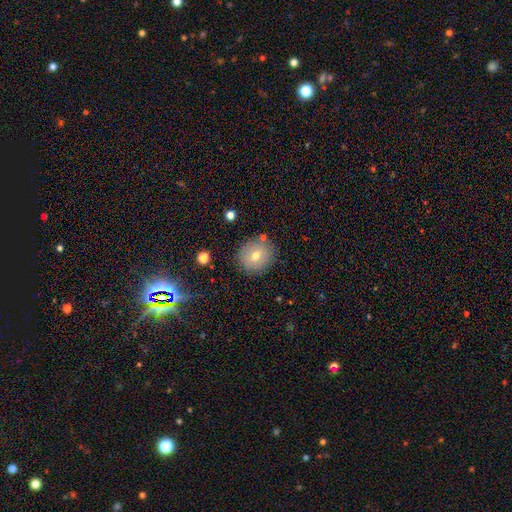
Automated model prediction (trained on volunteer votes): Morphology: type=smooth (65%); roundness=round (87%); merging=none (83%).